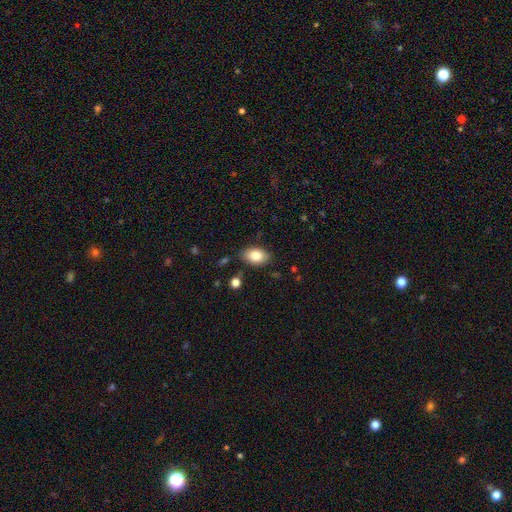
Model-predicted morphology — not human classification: Smooth or featured? Predicted: smooth (p=0.82). How rounded? Predicted: in between (p=0.88). Merging? Predicted: none (p=0.83).